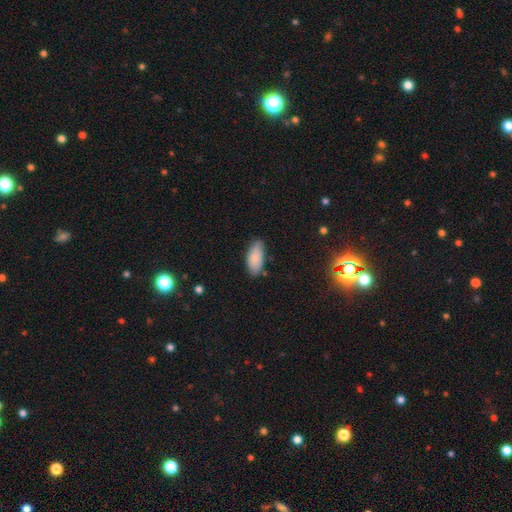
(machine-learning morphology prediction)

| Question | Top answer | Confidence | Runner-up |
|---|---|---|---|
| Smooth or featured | smooth | 83% | featured or disk (10%) |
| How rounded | in between | 89% | cigar-shaped (9%) |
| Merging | none | 74% | minor disturbance (21%) |